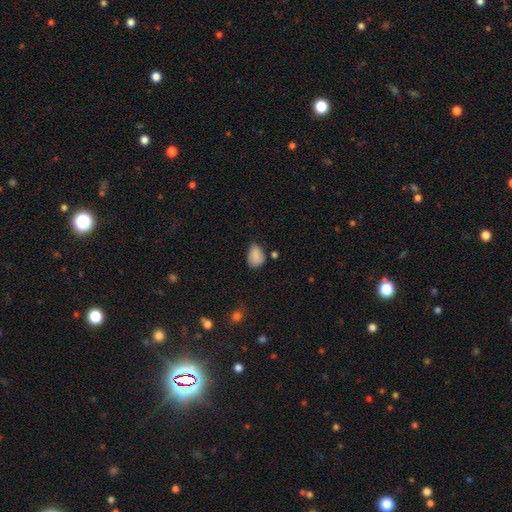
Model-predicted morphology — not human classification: smooth-or-featured: smooth: 85% | star or artifact: 9% | featured or disk: 6%
  how-rounded: in between: 77% | round: 22% | cigar-shaped: 1%
  merging: none: 51% | minor disturbance: 37% | major disturbance: 8% | merger: 4%